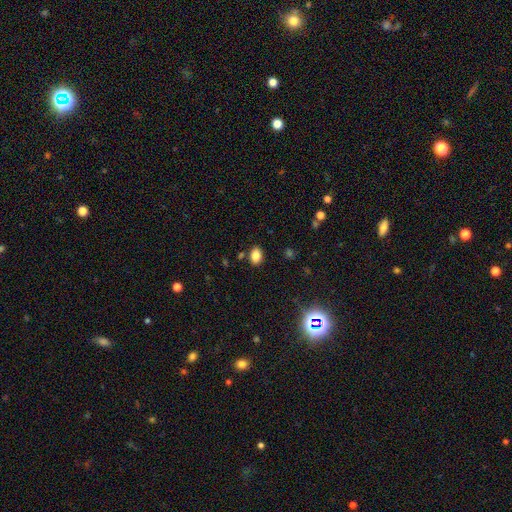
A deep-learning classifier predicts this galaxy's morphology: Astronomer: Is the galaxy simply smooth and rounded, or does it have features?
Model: smooth — 82%.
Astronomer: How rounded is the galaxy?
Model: in between — 75%.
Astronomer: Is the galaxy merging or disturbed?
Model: none — 85%.